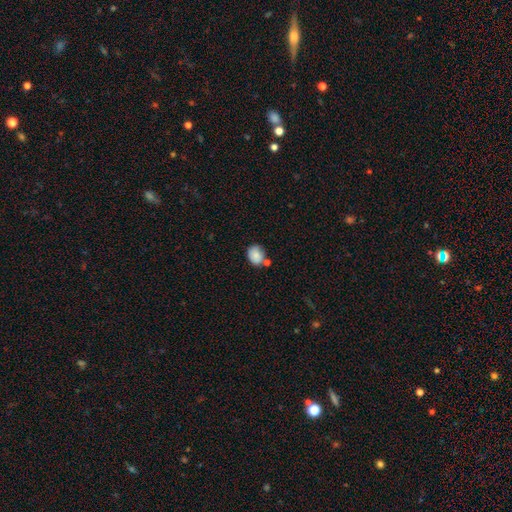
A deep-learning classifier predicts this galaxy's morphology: Smooth or featured?
  - smooth: 84% *
  - star or artifact: 8%
  - featured or disk: 8%
How rounded?
  - in between: 57% *
  - round: 42%
  - cigar-shaped: 1%
Merging?
  - none: 59% *
  - minor disturbance: 19%
  - merger: 17%
  - major disturbance: 5%